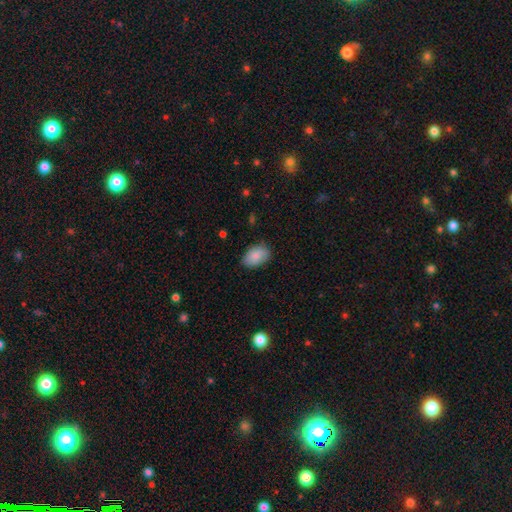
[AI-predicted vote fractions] Smooth or featured? smooth (84%)
How rounded? in between (88%)
Merging? none (79%)